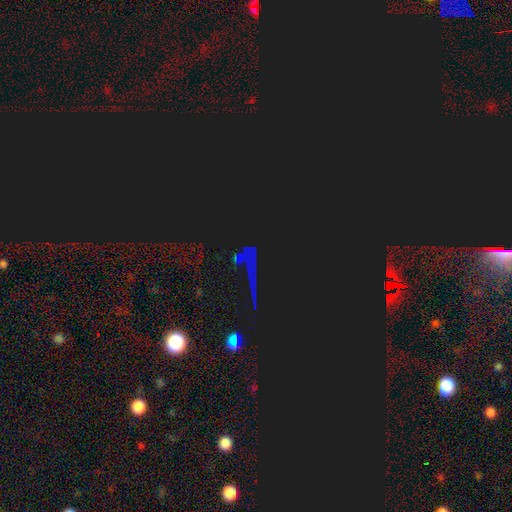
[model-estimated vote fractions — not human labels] A star or artifact, not a galaxy (78%).